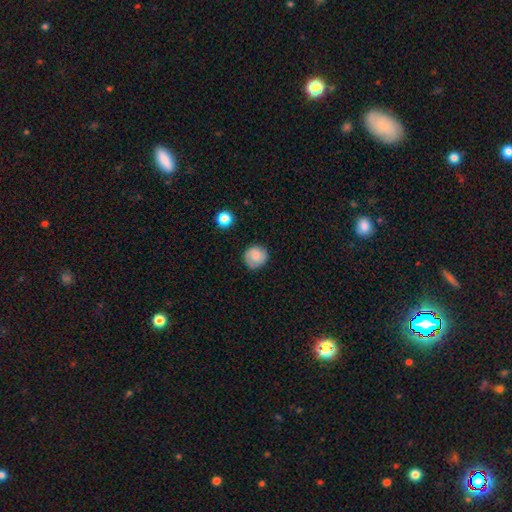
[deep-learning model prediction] Smooth or featured? smooth (64%)
How rounded? round (90%)
Merging? none (83%)